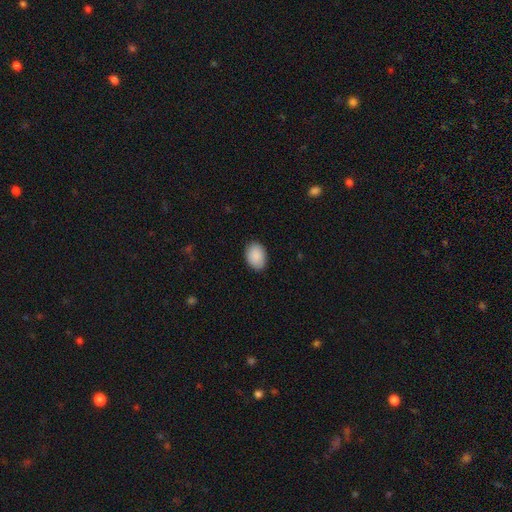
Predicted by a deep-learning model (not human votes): Smooth or featured: smooth — 91% (star or artifact — 6%)
How rounded: in between — 82% (round — 17%)
Merging: none — 87% (minor disturbance — 10%)